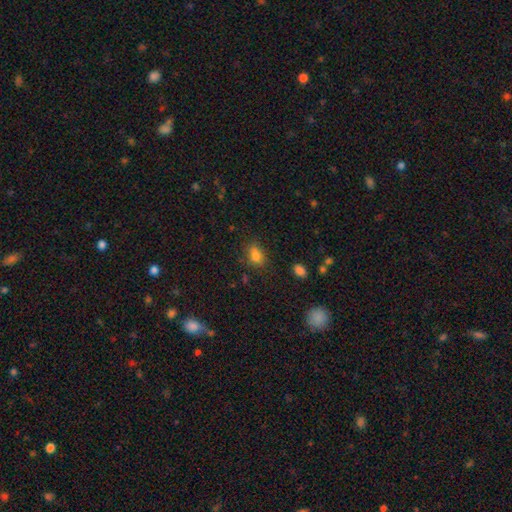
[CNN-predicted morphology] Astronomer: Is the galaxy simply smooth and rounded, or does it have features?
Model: smooth — 79%.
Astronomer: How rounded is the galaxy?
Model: in between — 75%.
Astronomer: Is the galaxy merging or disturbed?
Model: none — 66%.